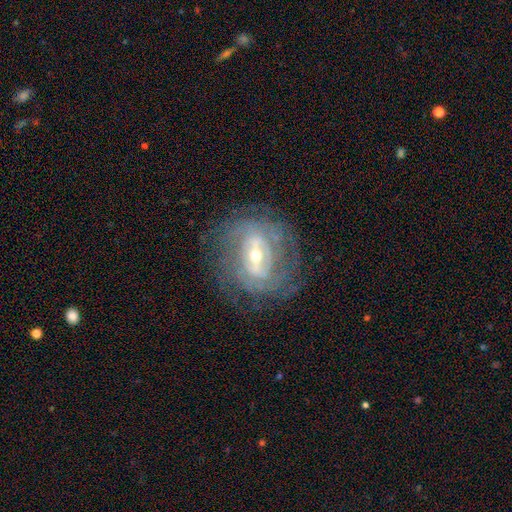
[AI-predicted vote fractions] featured or disk 85%, smooth 9%, star or artifact 7%. Down the decision tree: edge-on disk — no (93%); bar — strong (51%); spiral arms — yes (85%); spiral arm count — can't tell (44%); spiral winding — tight (60%); bulge size — small (52%); merging — none (74%).